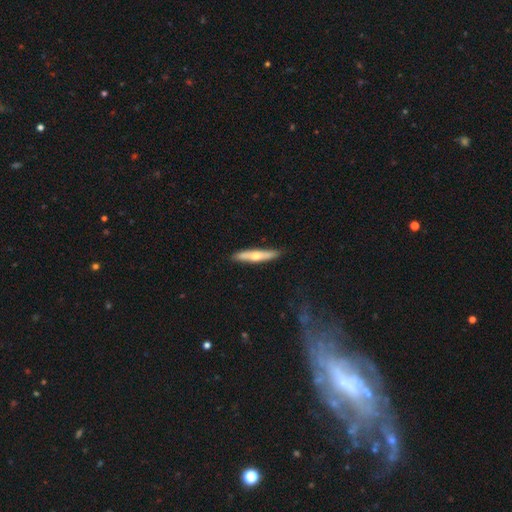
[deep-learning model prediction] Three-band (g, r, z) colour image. It shows a smooth galaxy with no disk features (50%) that is cigar-shaped (88%). Merging: none (88%).